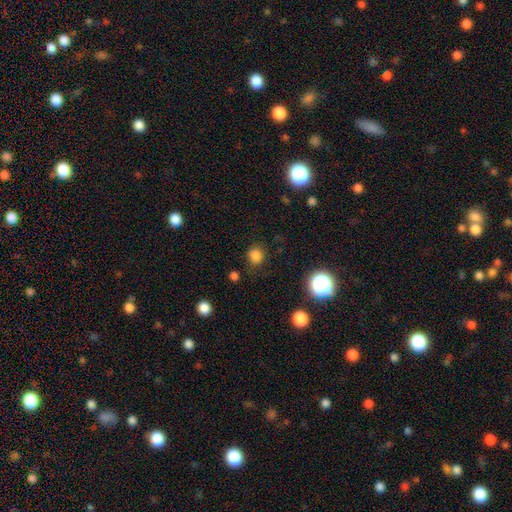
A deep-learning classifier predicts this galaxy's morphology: smooth-or-featured: smooth: 80% | star or artifact: 16% | featured or disk: 4%
  how-rounded: round: 83% | in between: 16% | cigar-shaped: 1%
  merging: none: 83% | minor disturbance: 11% | major disturbance: 4% | merger: 2%